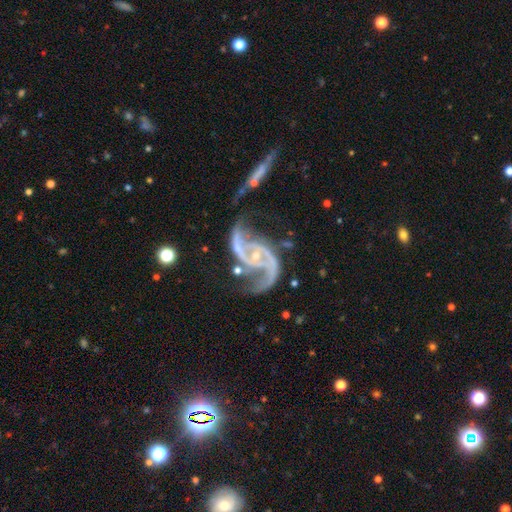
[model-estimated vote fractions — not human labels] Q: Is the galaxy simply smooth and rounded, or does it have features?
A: featured or disk — 93%.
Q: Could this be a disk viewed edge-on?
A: no — 97%.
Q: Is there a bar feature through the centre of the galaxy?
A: no — 50%.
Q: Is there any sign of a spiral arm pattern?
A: yes — 98%.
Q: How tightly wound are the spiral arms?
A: loose — 45%.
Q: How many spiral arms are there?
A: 2 — 89%.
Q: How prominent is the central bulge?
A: small — 76%.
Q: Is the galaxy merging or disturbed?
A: none — 38%.